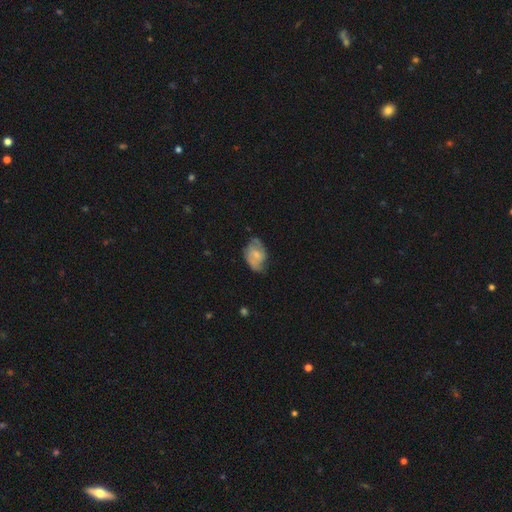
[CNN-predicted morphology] smooth_or_featured: smooth (p=0.47) [alt: featured or disk p=0.46]
merging: none (p=0.50) [alt: minor disturbance p=0.35]